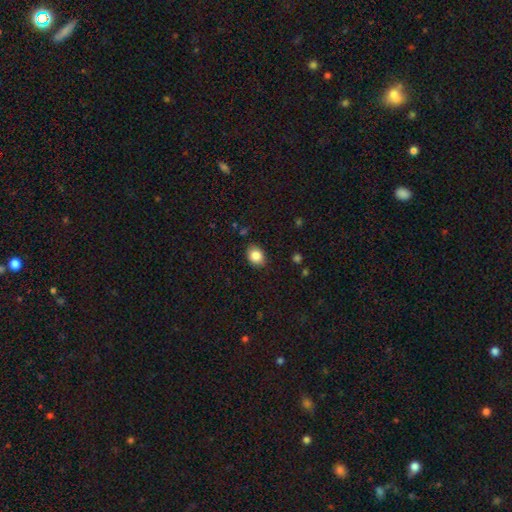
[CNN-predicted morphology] type=smooth (86%); roundness=in between (58%); merging=none (85%).